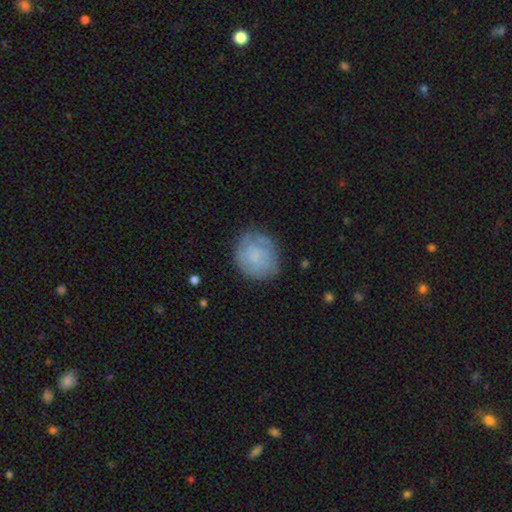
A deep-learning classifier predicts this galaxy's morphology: This appears to be a smooth galaxy with no disk features (64%) that is round (78%). Merging: none (72%).